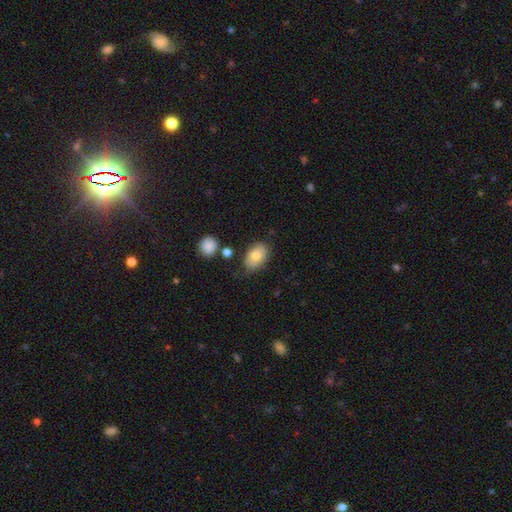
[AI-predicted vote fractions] A smooth galaxy with no disk features (79%) that is in between round and cigar-shaped (87%). Merging: none (69%).